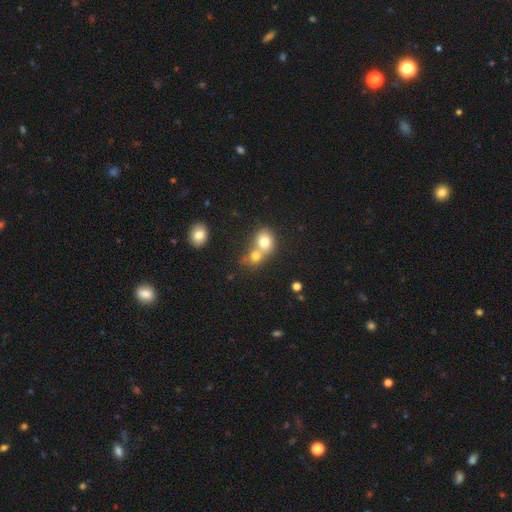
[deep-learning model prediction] Smooth or featured?
  - smooth: 74% *
  - featured or disk: 14%
  - star or artifact: 12%
How rounded?
  - round: 68% *
  - in between: 30%
  - cigar-shaped: 1%
Merging?
  - merger: 61% *
  - none: 30%
  - minor disturbance: 6%
  - major disturbance: 3%